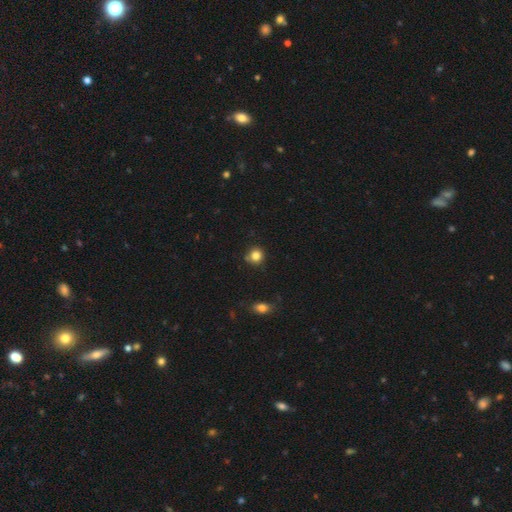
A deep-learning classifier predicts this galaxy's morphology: type=smooth (83%); roundness=round (90%); merging=none (79%).